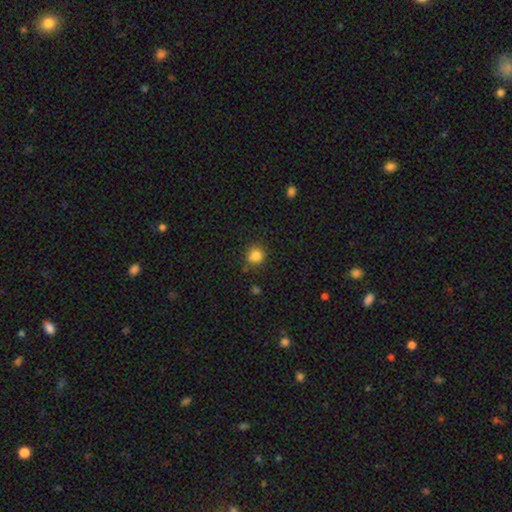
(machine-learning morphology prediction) smooth-or-featured: smooth: 84% | star or artifact: 11% | featured or disk: 5%
  how-rounded: round: 86% | in between: 14% | cigar-shaped: 1%
  merging: none: 79% | minor disturbance: 14% | merger: 4% | major disturbance: 3%